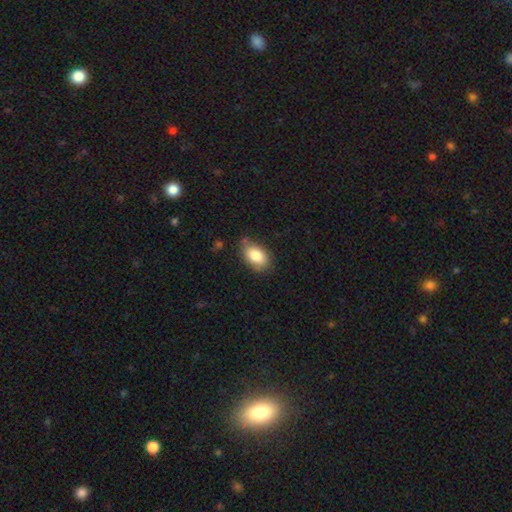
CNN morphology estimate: This is clearly a smooth galaxy (85%). How rounded: clearly in between (90%). Merging: likely none (75%).